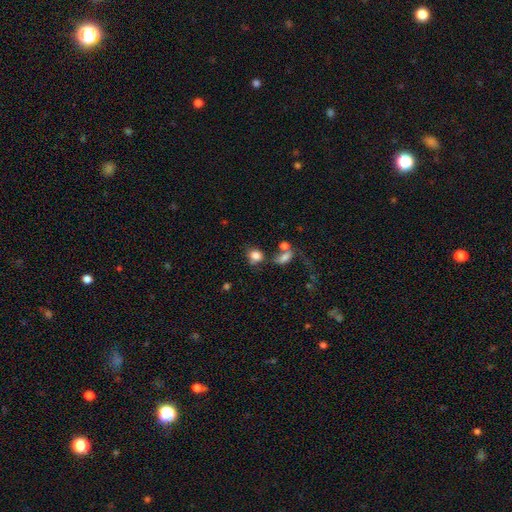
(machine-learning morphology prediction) Q: Smooth or featured?
A: smooth (81%); runner-up: star or artifact (11%)
Q: How rounded?
A: round (59%); runner-up: in between (39%)
Q: Merging?
A: none (49%); runner-up: merger (22%)